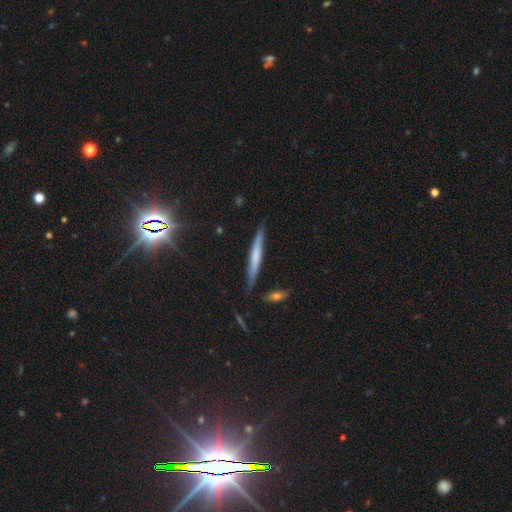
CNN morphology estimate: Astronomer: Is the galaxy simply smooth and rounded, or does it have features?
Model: smooth — 53% (runner-up: featured or disk, 37%).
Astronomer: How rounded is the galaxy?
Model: cigar-shaped — 95%.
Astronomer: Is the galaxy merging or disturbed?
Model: none — 85%.